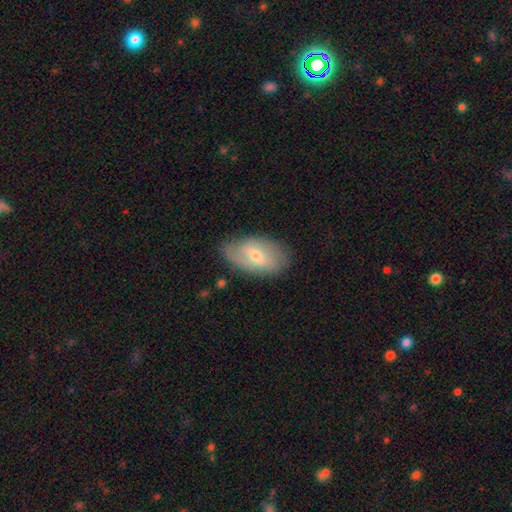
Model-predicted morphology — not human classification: A featured or disk galaxy (55%) with a weak bar (48%), spiral arms (71%) and a small central bulge (52%).

Vote fractions:
- Smooth or featured? featured or disk: 55% / smooth: 38% / star or artifact: 7%
- Edge-on disk? no: 91% / yes: 9%
- Bar? weak: 48% / no: 34% / strong: 17%
- Spiral arms? yes: 71% / no: 29%
- Bulge size? small: 52% / moderate: 44% / large: 2% / none: 1% / dominant: 1%
- Merging? none: 76% / minor disturbance: 18% / major disturbance: 5% / merger: 1%